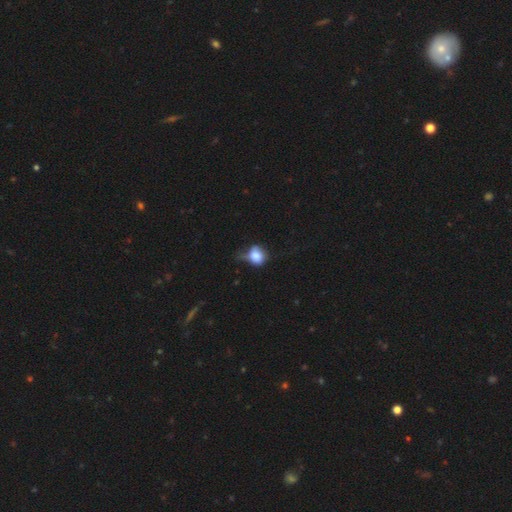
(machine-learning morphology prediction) The model was most divided on "merging": minor disturbance: 39%, none: 32%, major disturbance: 23%, merger: 6%. More confident: smooth or featured — smooth (74%); how rounded — round (58%).